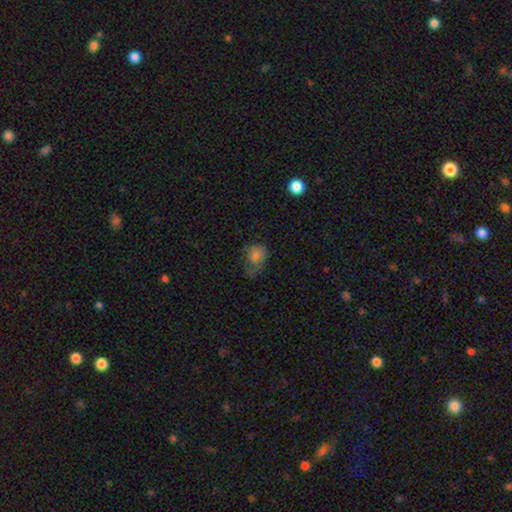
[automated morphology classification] The model was most divided on "how rounded": round: 50%, in between: 49%, cigar-shaped: 1%. Remaining: smooth or featured — smooth (70%); merging — none (39%).